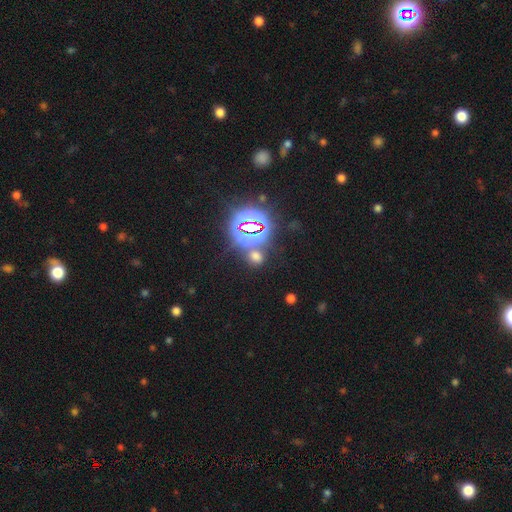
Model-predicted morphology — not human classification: Smooth or featured?
  - star or artifact: 50% *
  - smooth: 43%
  - featured or disk: 6%